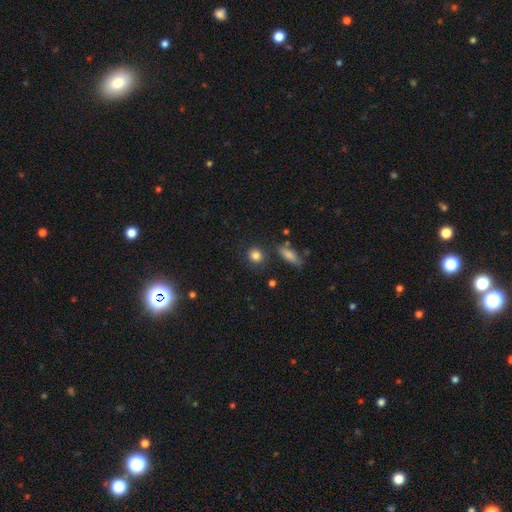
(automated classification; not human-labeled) Overall: smooth (85%). How rounded: round (82%). Merging: none (83%).